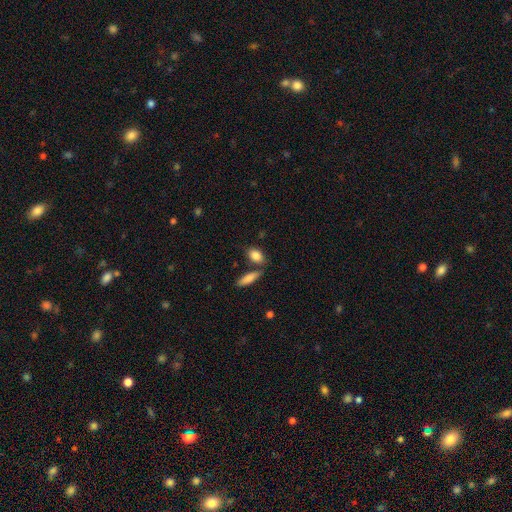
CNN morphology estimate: Smooth or featured? Predicted: smooth (p=0.85). How rounded? Predicted: in between (p=0.81). Merging? Predicted: none (p=0.65).